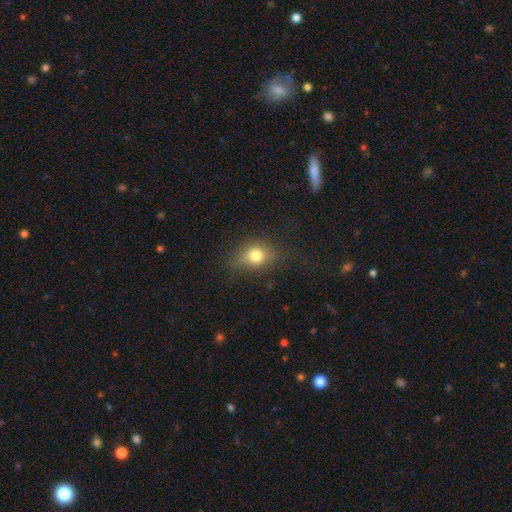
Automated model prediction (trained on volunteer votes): smooth-or-featured: smooth: 75% | star or artifact: 13% | featured or disk: 12%
  how-rounded: in between: 50% | round: 47% | cigar-shaped: 3%
  merging: none: 76% | minor disturbance: 16% | major disturbance: 6% | merger: 1%